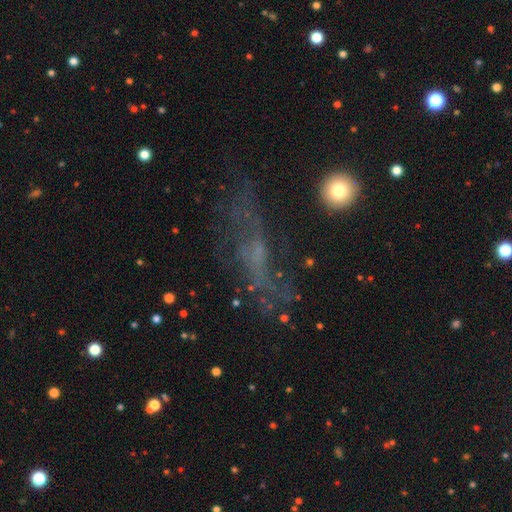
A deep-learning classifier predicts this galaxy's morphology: A featured or disk galaxy (53%).

Vote fractions:
- Smooth or featured? featured or disk: 53% / smooth: 28% / star or artifact: 19%
- Edge-on disk? no: 69% / yes: 31%
- Merging? none: 53% / major disturbance: 23% / minor disturbance: 21% / merger: 3%